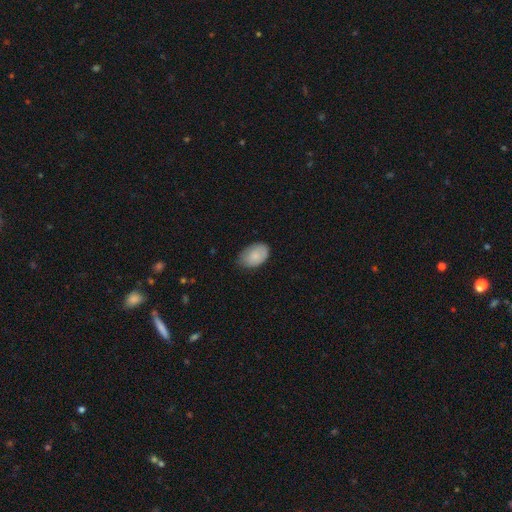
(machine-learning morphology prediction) A smooth galaxy with no disk features (84%) that is in between round and cigar-shaped (90%). Merging: none (67%).